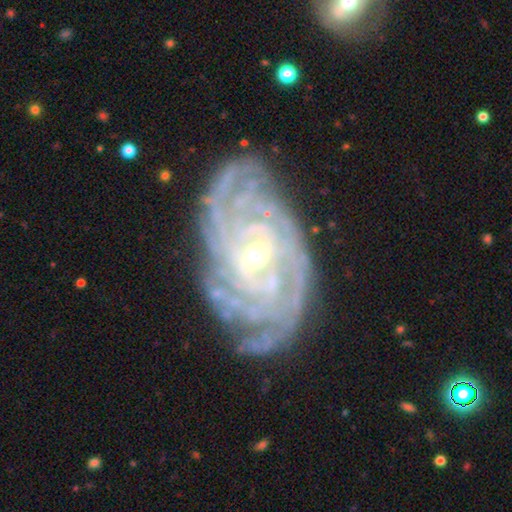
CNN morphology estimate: Q: Smooth or featured?
A: featured or disk (90%); runner-up: star or artifact (5%)
Q: Edge-on disk?
A: no (96%); runner-up: yes (4%)
Q: Bar?
A: weak (45%); runner-up: no (30%)
Q: Spiral arms?
A: yes (98%); runner-up: no (2%)
Q: Spiral winding?
A: tight (82%); runner-up: medium (16%)
Q: Spiral arm count?
A: can't tell (27%); runner-up: 4 (24%)
Q: Bulge size?
A: small (54%); runner-up: moderate (42%)
Q: Merging?
A: none (77%); runner-up: minor disturbance (16%)